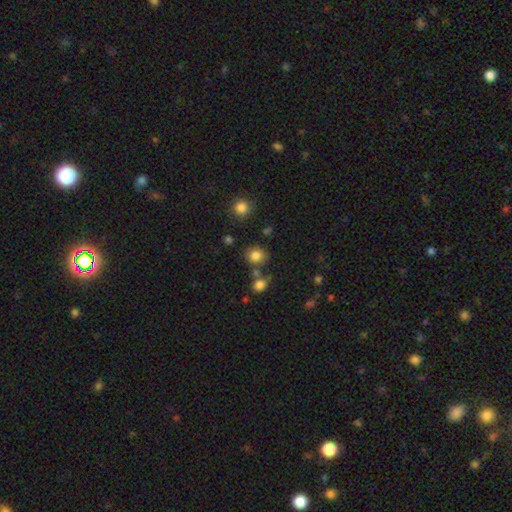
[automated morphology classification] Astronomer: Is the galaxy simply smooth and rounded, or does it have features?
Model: smooth — 82%.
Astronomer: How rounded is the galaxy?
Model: round — 76%.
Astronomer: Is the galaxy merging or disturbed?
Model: none — 73%.